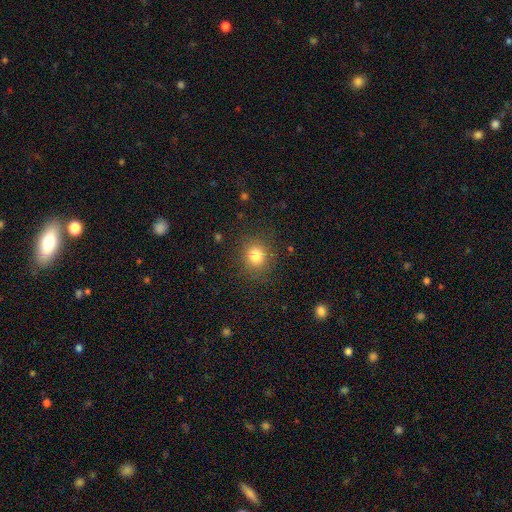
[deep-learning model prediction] Smooth or featured: smooth — 81% (star or artifact — 13%)
How rounded: round — 81% (in between — 18%)
Merging: none — 85% (minor disturbance — 10%)